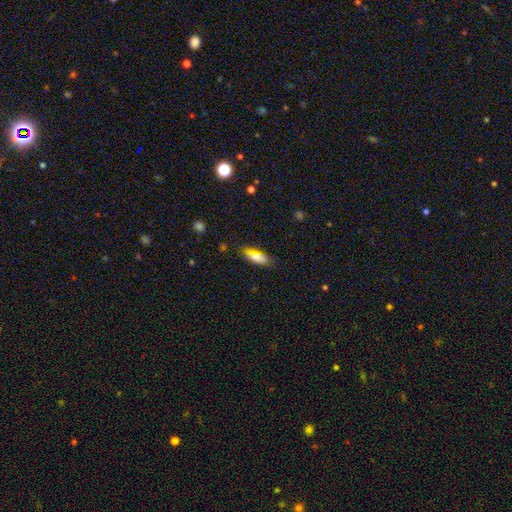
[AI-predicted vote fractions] Smooth or featured? Predicted: smooth (p=0.72). How rounded? Predicted: in between (p=0.65). Merging? Predicted: none (p=0.80).